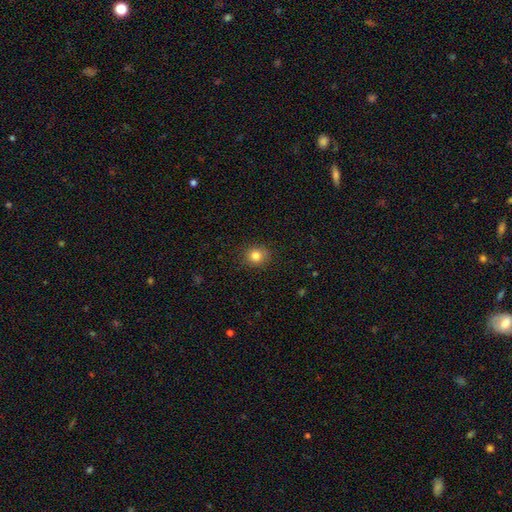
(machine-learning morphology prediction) smooth_or_featured: smooth (p=0.82) [alt: star or artifact p=0.11]
how_rounded: round (p=0.81) [alt: in between p=0.18]
merging: none (p=0.88) [alt: minor disturbance p=0.09]